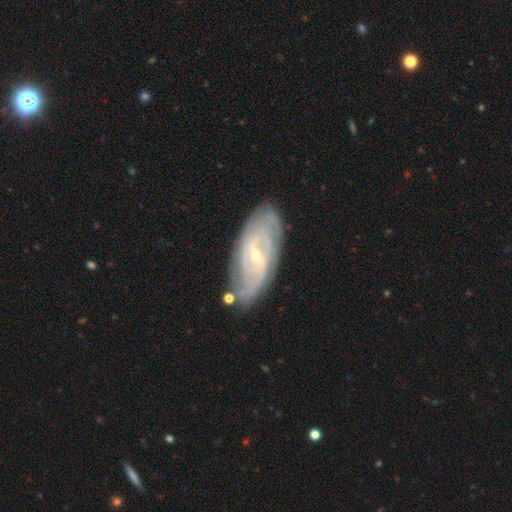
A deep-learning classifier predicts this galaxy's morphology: smooth_or_featured: featured or disk (p=0.85) [alt: smooth p=0.09]
disk_edge_on: no (p=0.93) [alt: yes p=0.07]
bar: weak (p=0.49) [alt: strong p=0.26]
has_spiral_arms: yes (p=0.95) [alt: no p=0.05]
spiral_winding: tight (p=0.58) [alt: medium p=0.32]
spiral_arm_count: 2 (p=0.35) [alt: can't tell p=0.30]
bulge_size: small (p=0.79) [alt: moderate p=0.17]
merging: none (p=0.79) [alt: minor disturbance p=0.15]